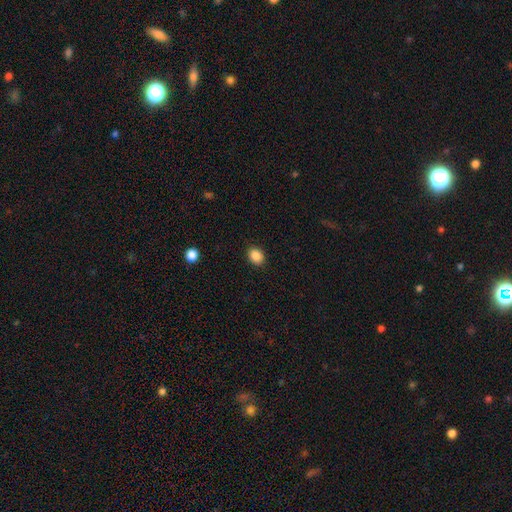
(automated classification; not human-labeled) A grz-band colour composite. It shows a smooth galaxy with no disk features (88%) that is in between round and cigar-shaped (55%). Merging: none (89%).